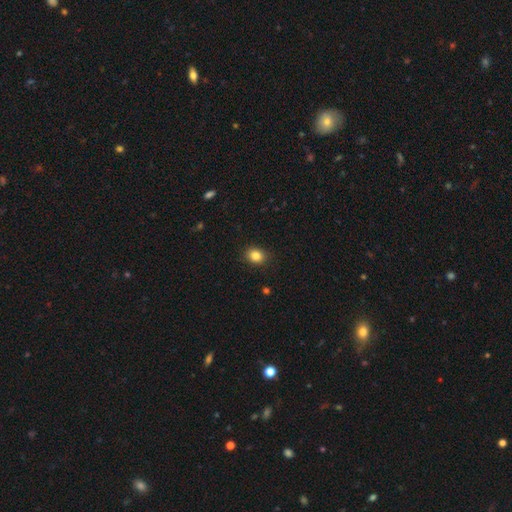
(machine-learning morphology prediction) Q: Smooth or featured?
A: smooth (84%); runner-up: star or artifact (10%)
Q: How rounded?
A: round (55%); runner-up: in between (44%)
Q: Merging?
A: none (88%); runner-up: minor disturbance (8%)